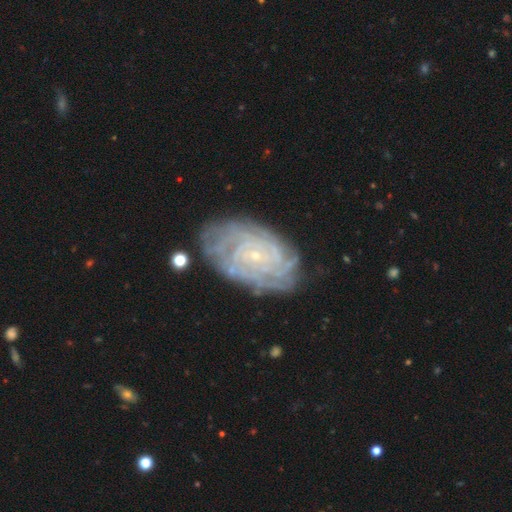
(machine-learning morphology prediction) Smooth or featured?
  - featured or disk: 87% *
  - smooth: 7%
  - star or artifact: 6%
Edge-on disk?
  - no: 96% *
  - yes: 4%
Bar?
  - no: 73% *
  - weak: 21%
  - strong: 6%
Spiral arms?
  - yes: 97% *
  - no: 3%
Spiral winding?
  - tight: 83% *
  - medium: 14%
  - loose: 3%
Spiral arm count?
  - can't tell: 29% *
  - more than 4: 23%
  - 4: 22%
  - 3: 10%
  - 2: 9%
  - 1: 7%
Bulge size?
  - small: 88% *
  - moderate: 8%
  - none: 2%
  - large: 1%
  - dominant: 1%
Merging?
  - none: 76% *
  - minor disturbance: 17%
  - major disturbance: 5%
  - merger: 2%